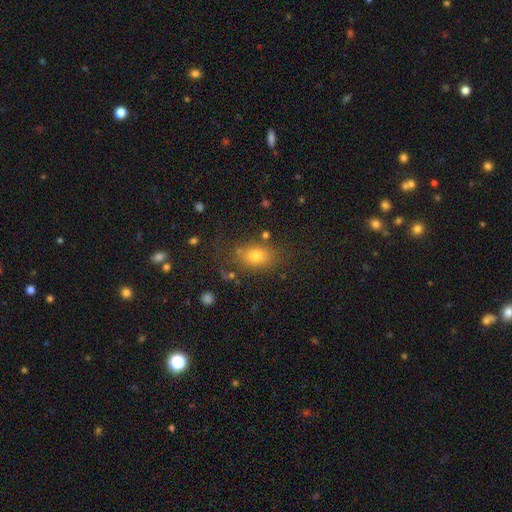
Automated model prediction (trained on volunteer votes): A smooth galaxy with no disk features (74%) that is in between round and cigar-shaped (74%).

Vote fractions:
- Smooth or featured? smooth: 74% / star or artifact: 15% / featured or disk: 11%
- How rounded? in between: 74% / round: 24% / cigar-shaped: 2%
- Merging? none: 74% / minor disturbance: 15% / major disturbance: 6% / merger: 5%